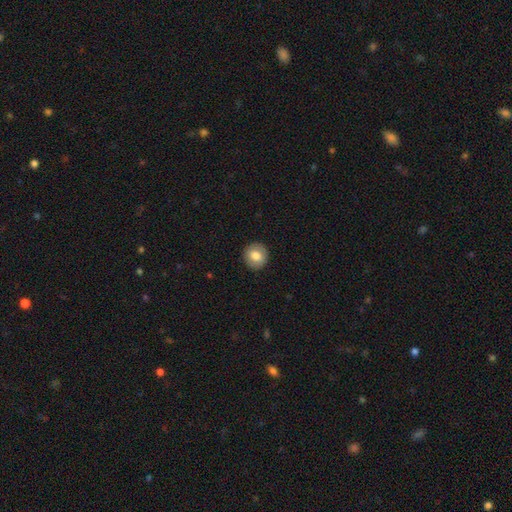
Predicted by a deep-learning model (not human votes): A smooth galaxy with no disk features (78%) that is round (89%). Merging: none (90%).